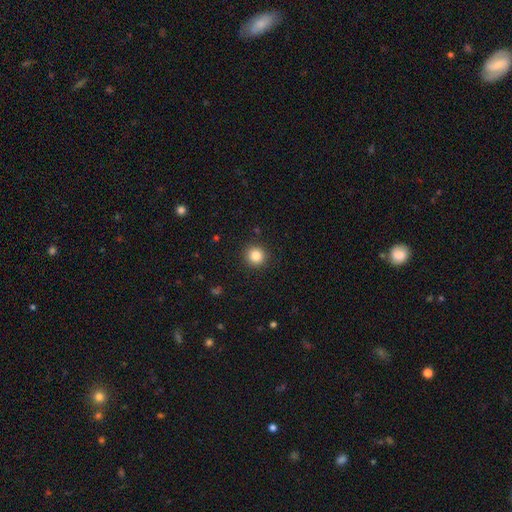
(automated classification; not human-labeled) A smooth galaxy with no disk features (85%) that is round (94%).

Vote fractions:
- Smooth or featured? smooth: 85% / star or artifact: 11% / featured or disk: 5%
- How rounded? round: 94% / in between: 5% / cigar-shaped: 1%
- Merging? none: 92% / minor disturbance: 5% / major disturbance: 2% / merger: 1%